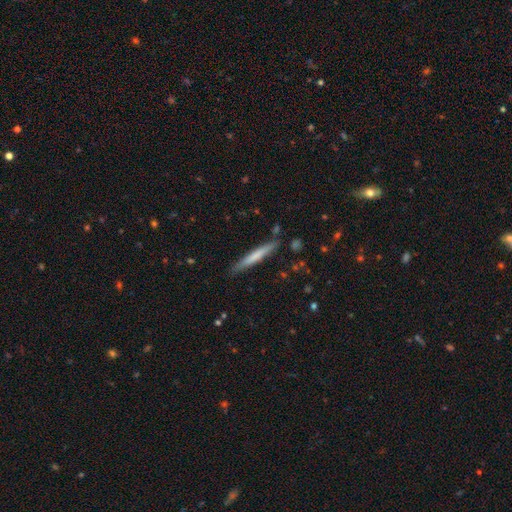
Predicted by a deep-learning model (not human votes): A smooth galaxy with no disk features (61%) that is cigar-shaped (96%).

Vote fractions:
- Smooth or featured? smooth: 61% / featured or disk: 33% / star or artifact: 6%
- How rounded? cigar-shaped: 96% / in between: 3% / round: 1%
- Merging? none: 86% / minor disturbance: 10% / merger: 2% / major disturbance: 2%